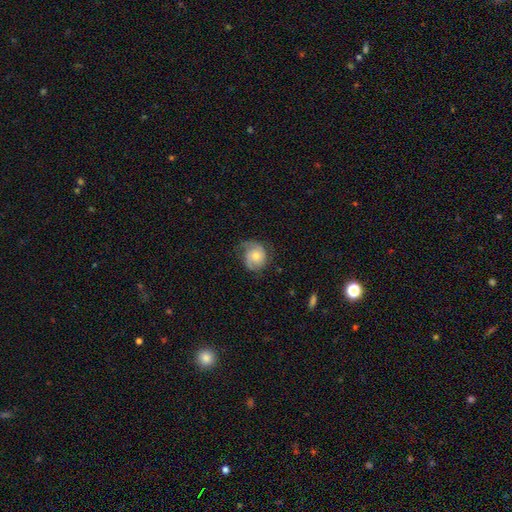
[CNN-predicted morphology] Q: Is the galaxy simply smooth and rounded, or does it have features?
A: featured or disk — 53%.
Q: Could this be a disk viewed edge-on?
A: no — 97%.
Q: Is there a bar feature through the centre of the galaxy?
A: no — 78%.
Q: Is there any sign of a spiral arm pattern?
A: yes — 86%.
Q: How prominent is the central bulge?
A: moderate — 57%.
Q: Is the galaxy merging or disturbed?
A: none — 55%.